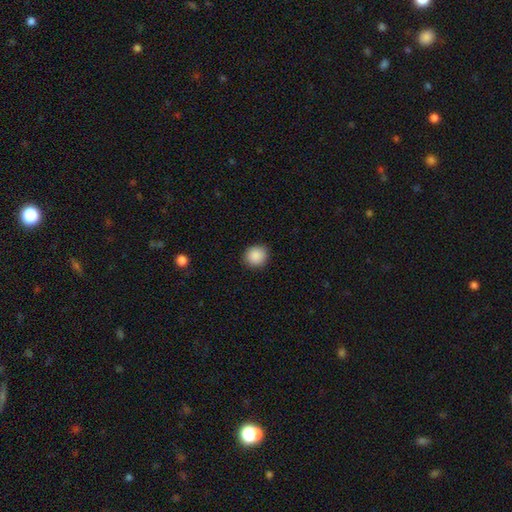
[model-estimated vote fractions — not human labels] A smooth galaxy with no disk features (89%) that is round (90%).

Vote fractions:
- Smooth or featured? smooth: 89% / star or artifact: 8% / featured or disk: 3%
- How rounded? round: 90% / in between: 9% / cigar-shaped: 1%
- Merging? none: 90% / minor disturbance: 7% / major disturbance: 2% / merger: 1%